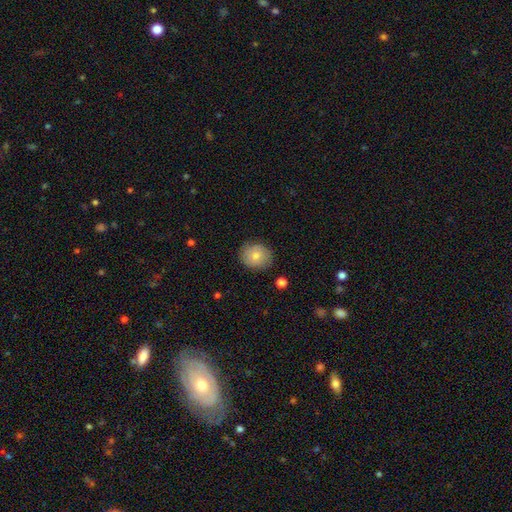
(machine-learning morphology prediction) This is likely a smooth galaxy (78%). How rounded: likely round (74%). Merging: clearly none (84%).